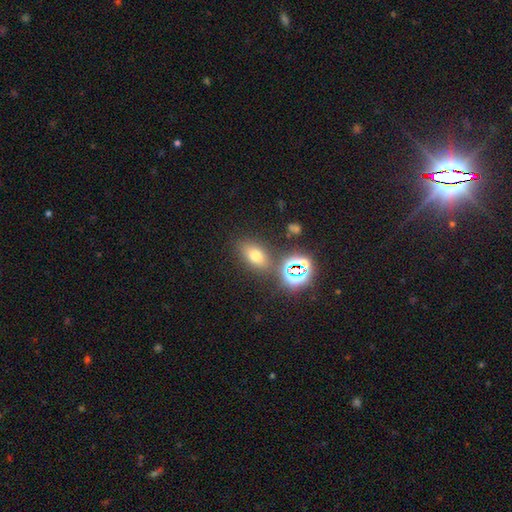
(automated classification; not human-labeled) The model was most divided on "smooth or featured": smooth: 64%, star or artifact: 25%, featured or disk: 11%. More confident: merging — none (78%); how rounded — in between (74%).